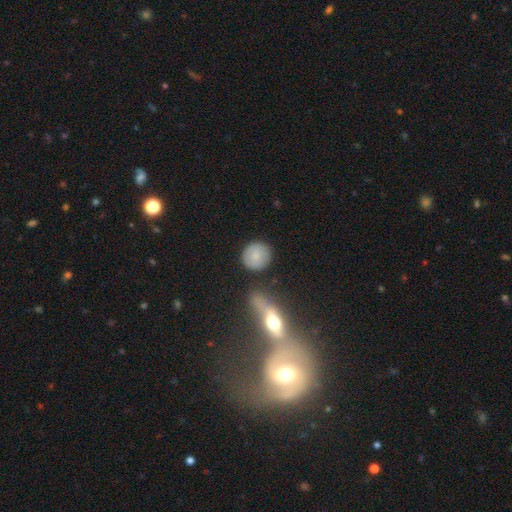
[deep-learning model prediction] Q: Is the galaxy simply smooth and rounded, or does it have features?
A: smooth — 80%.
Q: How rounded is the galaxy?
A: round — 90%.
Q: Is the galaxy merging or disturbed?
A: none — 81%.